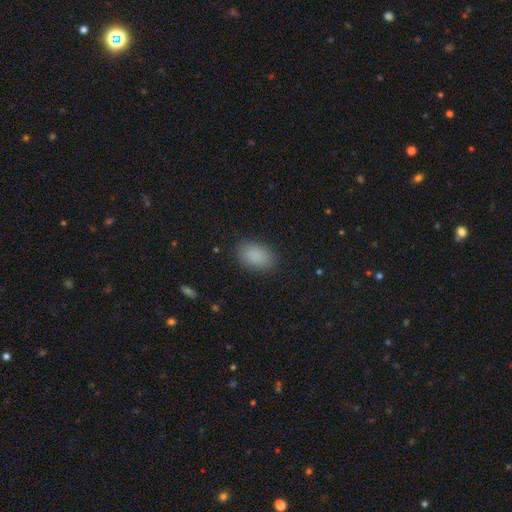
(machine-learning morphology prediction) This is clearly a smooth galaxy (88%). How rounded: clearly in between (85%). Merging: clearly none (87%).